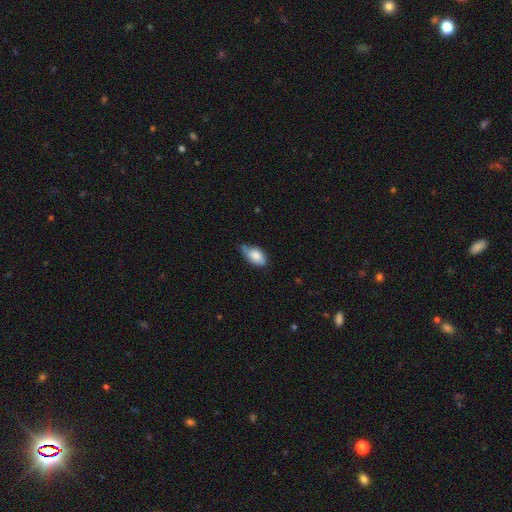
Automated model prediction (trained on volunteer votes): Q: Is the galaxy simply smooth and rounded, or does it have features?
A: smooth — 77%.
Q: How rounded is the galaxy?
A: in between — 92%.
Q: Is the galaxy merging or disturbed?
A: none — 47%.